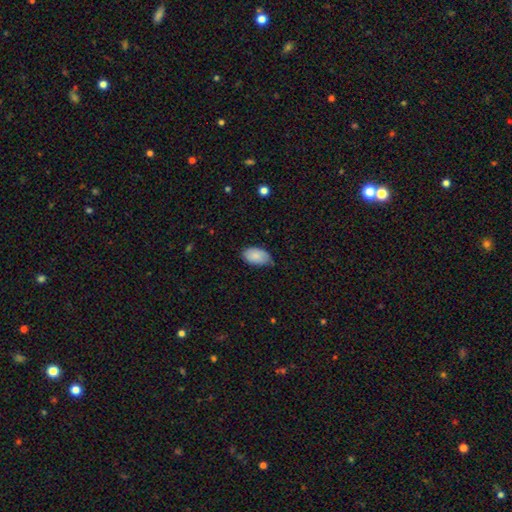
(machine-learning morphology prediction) smooth-or-featured: smooth: 86% | featured or disk: 8% | star or artifact: 6%
  how-rounded: in between: 94% | round: 5% | cigar-shaped: 1%
  merging: none: 68% | minor disturbance: 27% | major disturbance: 4% | merger: 1%